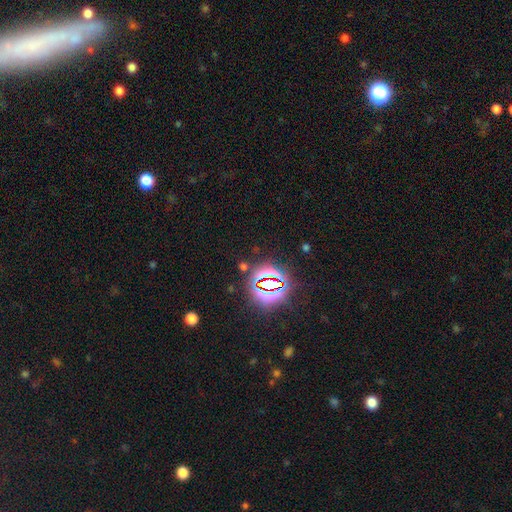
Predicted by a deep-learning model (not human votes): A star or artifact, not a galaxy (78%).

Vote fractions:
- Smooth or featured? star or artifact: 78% / smooth: 13% / featured or disk: 8%